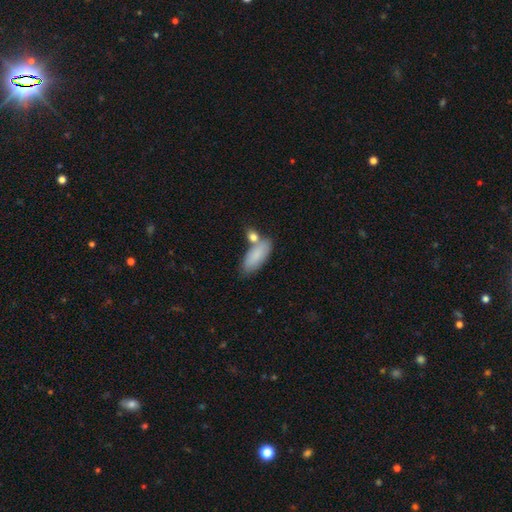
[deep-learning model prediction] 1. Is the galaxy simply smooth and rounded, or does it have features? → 84% smooth, 10% featured or disk, 6% star or artifact.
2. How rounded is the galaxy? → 84% in between, 14% cigar-shaped, 2% round.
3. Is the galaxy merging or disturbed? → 58% none, 22% merger, 15% minor disturbance, 4% major disturbance.